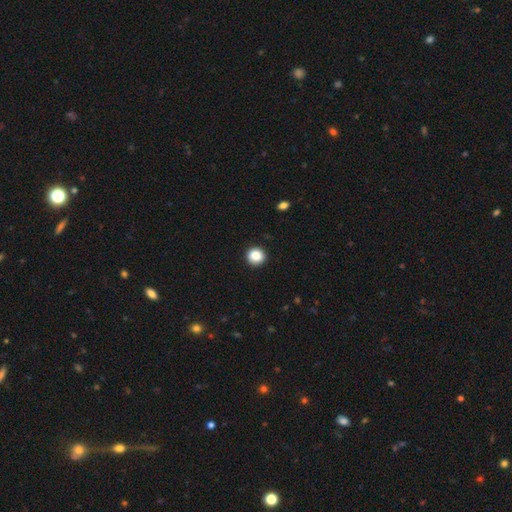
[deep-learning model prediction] Smooth or featured? smooth (86%)
How rounded? round (92%)
Merging? none (92%)